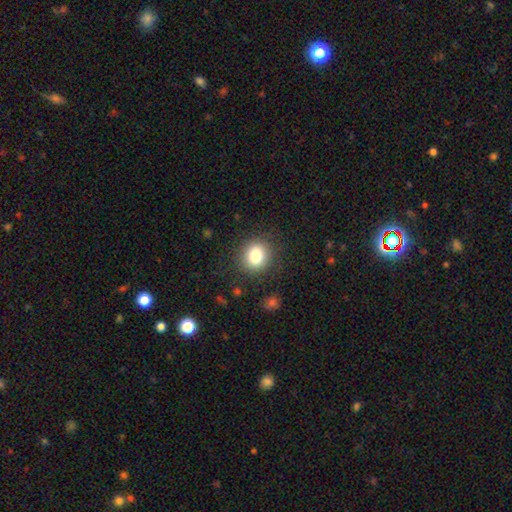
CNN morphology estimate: Smooth or featured: smooth — 82% (star or artifact — 11%)
How rounded: round — 76% (in between — 23%)
Merging: none — 86% (minor disturbance — 9%)